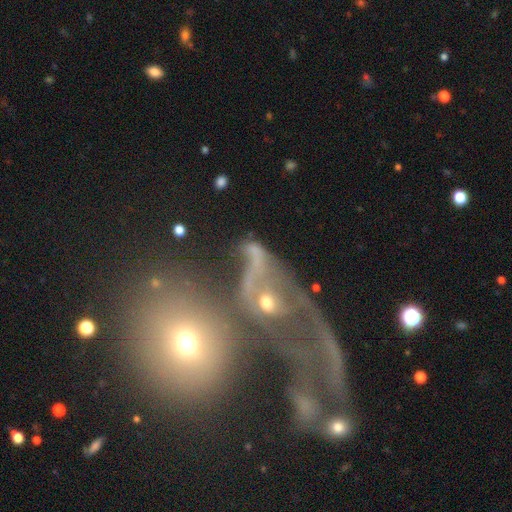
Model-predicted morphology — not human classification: A featured or disk galaxy (50%).

Vote fractions:
- Smooth or featured? featured or disk: 50% / smooth: 30% / star or artifact: 20%
- Edge-on disk? no: 92% / yes: 8%
- Merging? merger: 52% / major disturbance: 21% / none: 18% / minor disturbance: 9%